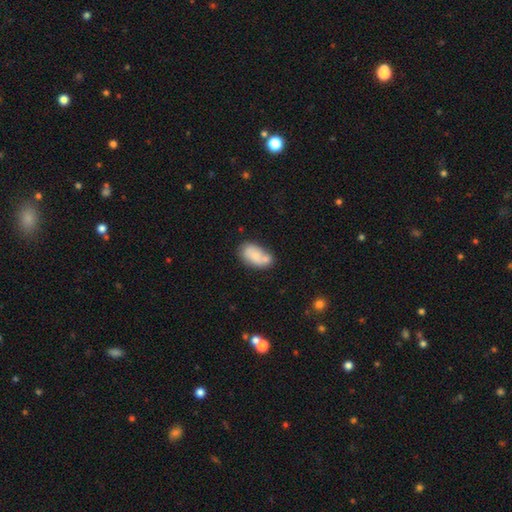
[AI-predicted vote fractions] Smooth or featured: smooth — 72% (featured or disk — 21%)
How rounded: in between — 91% (round — 7%)
Merging: none — 42% (merger — 32%)